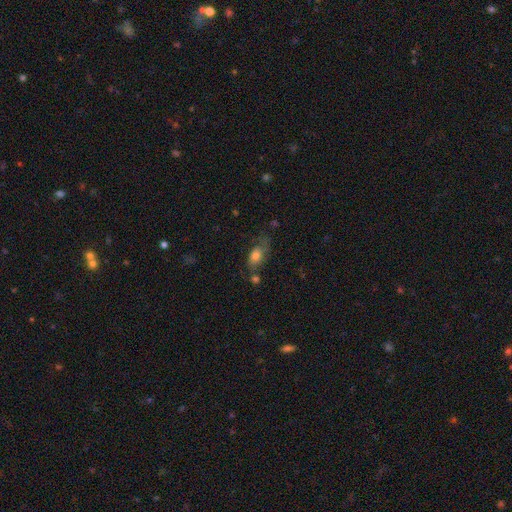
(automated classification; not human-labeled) smooth_or_featured: smooth (p=0.71) [alt: featured or disk p=0.19]
how_rounded: in between (p=0.83) [alt: round p=0.12]
merging: none (p=0.46) [alt: minor disturbance p=0.26]